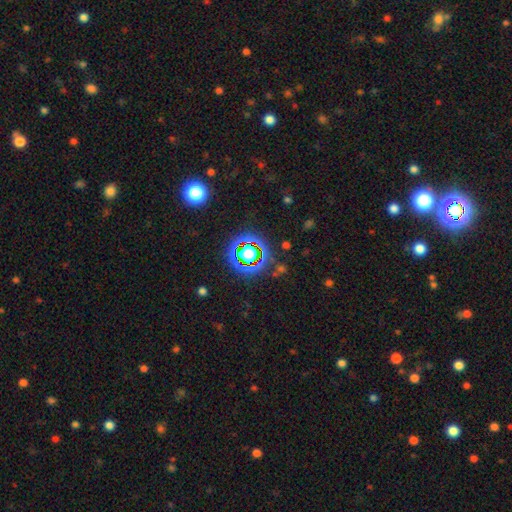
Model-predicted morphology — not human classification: A star or artifact, not a galaxy (73%).